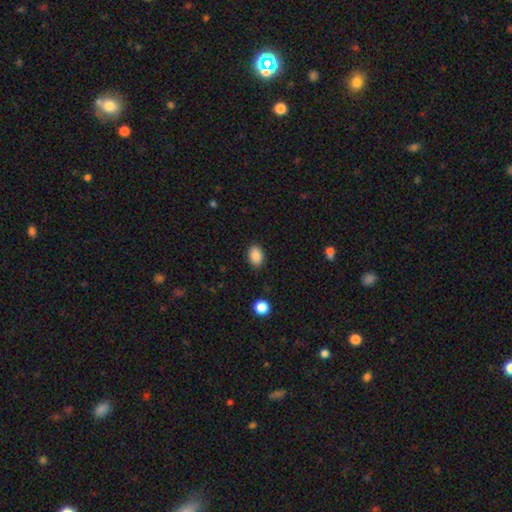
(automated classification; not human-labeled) The model was most divided on "how rounded": in between: 79%, round: 20%, cigar-shaped: 1%. More confident: smooth or featured — smooth (89%); merging — none (87%).